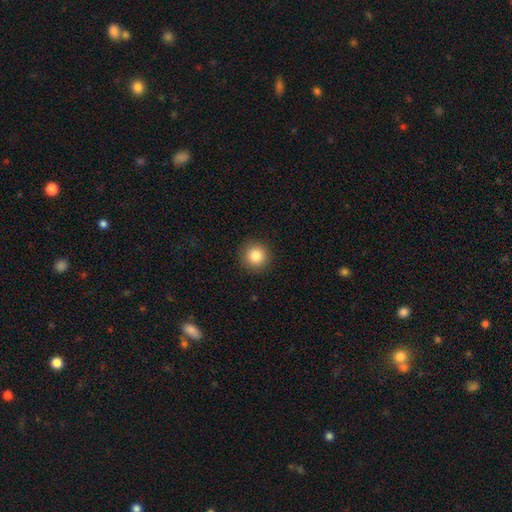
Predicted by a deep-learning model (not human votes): Smooth or featured: smooth — 84% (star or artifact — 10%)
How rounded: round — 95% (in between — 4%)
Merging: none — 92% (minor disturbance — 5%)